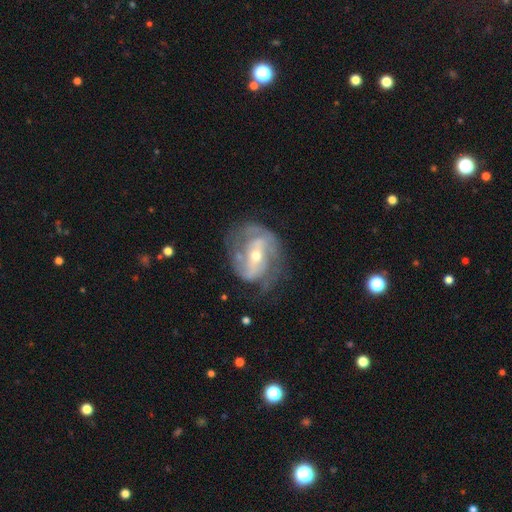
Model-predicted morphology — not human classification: Smooth or featured: featured or disk — 83% (smooth — 11%)
Edge-on disk: no — 96% (yes — 4%)
Bar: strong — 41% (weak — 36%)
Spiral arms: yes — 87% (no — 13%)
Spiral winding: medium — 43% (tight — 35%)
Spiral arm count: 2 — 60% (can't tell — 21%)
Bulge size: small — 50% (moderate — 46%)
Merging: none — 59% (minor disturbance — 22%)